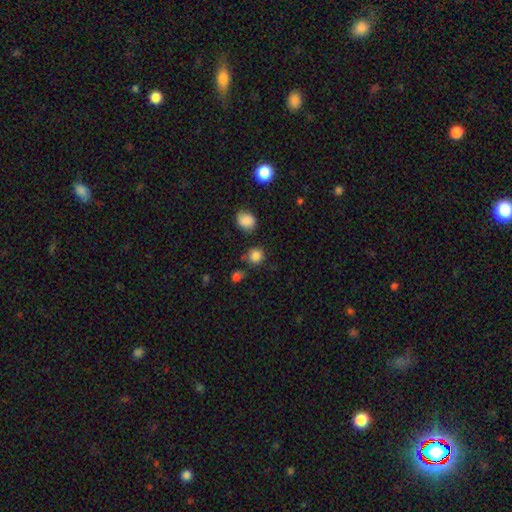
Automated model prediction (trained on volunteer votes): smooth-or-featured: smooth: 83% | star or artifact: 12% | featured or disk: 4%
  how-rounded: round: 86% | in between: 13% | cigar-shaped: 1%
  merging: none: 73% | minor disturbance: 15% | merger: 7% | major disturbance: 5%